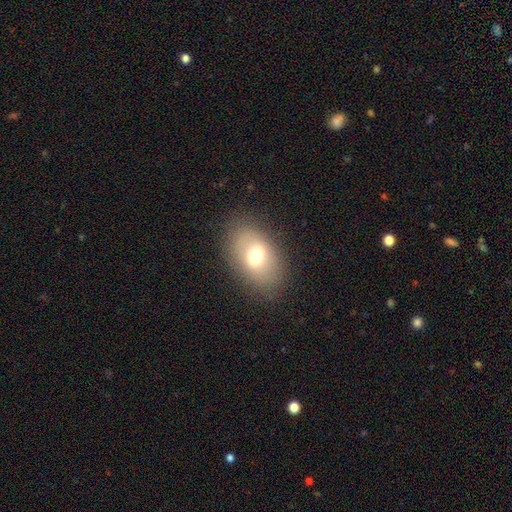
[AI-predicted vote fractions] Smooth or featured? Predicted: smooth (p=0.65). How rounded? Predicted: in between (p=0.83). Merging? Predicted: none (p=0.83).